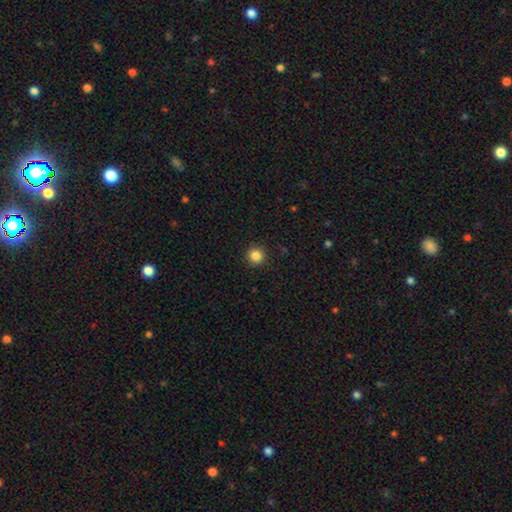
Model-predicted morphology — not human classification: Smooth or featured?
  - smooth: 85% *
  - star or artifact: 11%
  - featured or disk: 4%
How rounded?
  - round: 95% *
  - in between: 4%
  - cigar-shaped: 1%
Merging?
  - none: 93% *
  - minor disturbance: 5%
  - major disturbance: 2%
  - merger: 1%